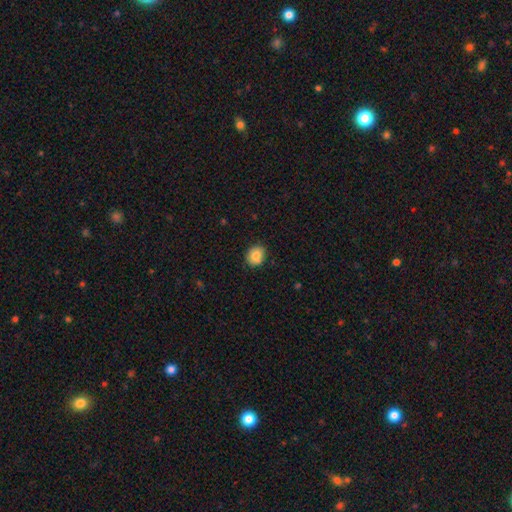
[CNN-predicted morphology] Smooth or featured? Predicted: smooth (p=0.84). How rounded? Predicted: round (p=0.64). Merging? Predicted: none (p=0.84).